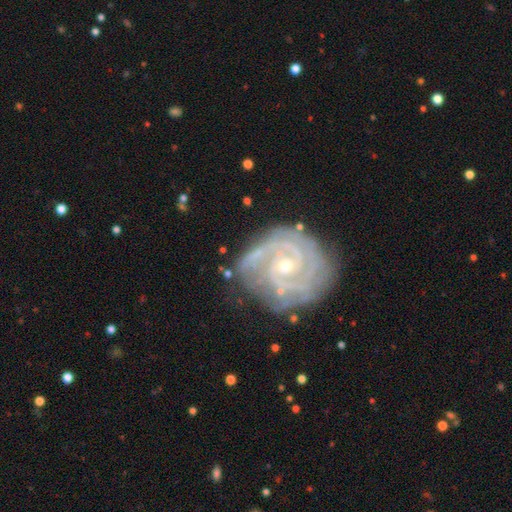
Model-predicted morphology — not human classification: featured or disk 90%, star or artifact 5%, smooth 4%. Down the decision tree: edge-on disk — no (98%); bar — no (64%); spiral arms — yes (98%); spiral arm count — 2 (47%); spiral winding — tight (74%); bulge size — small (59%); merging — none (70%).